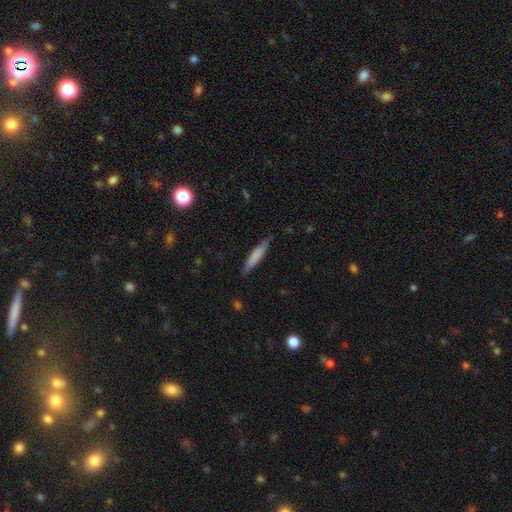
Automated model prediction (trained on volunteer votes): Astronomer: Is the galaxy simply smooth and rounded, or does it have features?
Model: smooth — 73%.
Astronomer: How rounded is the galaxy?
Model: cigar-shaped — 88%.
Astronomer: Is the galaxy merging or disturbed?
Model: none — 81%.